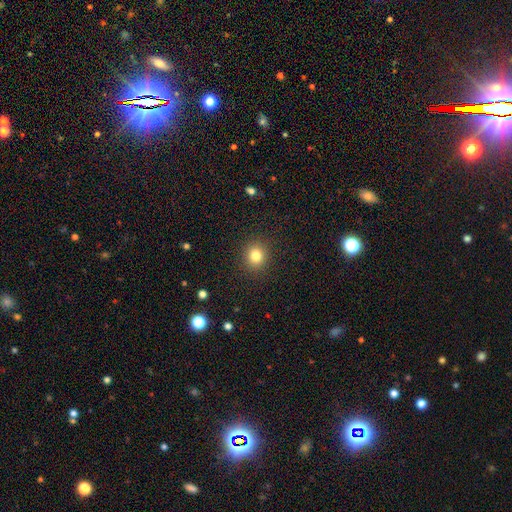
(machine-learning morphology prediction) This is clearly a smooth galaxy (81%). How rounded: clearly round (85%). Merging: clearly none (91%).